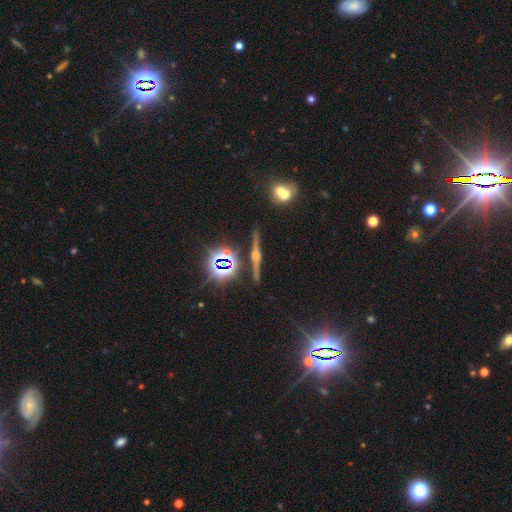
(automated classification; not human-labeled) Smooth or featured? featured or disk (71%)
Edge-on disk? yes (96%)
Edge-on bulge? rounded (90%)
Merging? none (87%)